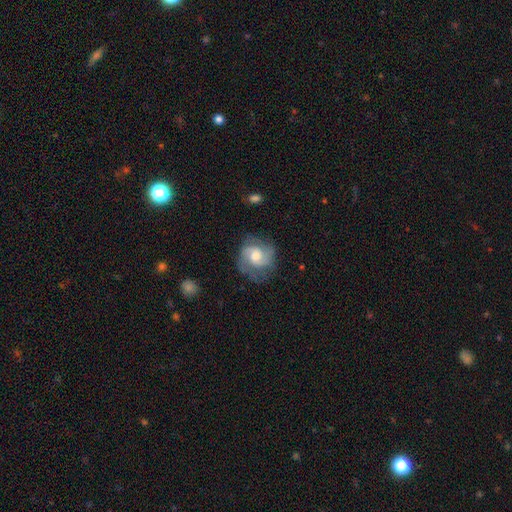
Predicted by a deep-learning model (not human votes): Smooth or featured? Predicted: featured or disk (p=0.69). Edge-on disk? Predicted: no (p=0.98). Bar? Predicted: no (p=0.58). Spiral arms? Predicted: yes (p=0.91). Spiral winding? Predicted: medium (p=0.48). Spiral arm count? Predicted: 2 (p=0.65). Bulge size? Predicted: moderate (p=0.55). Merging? Predicted: none (p=0.65).